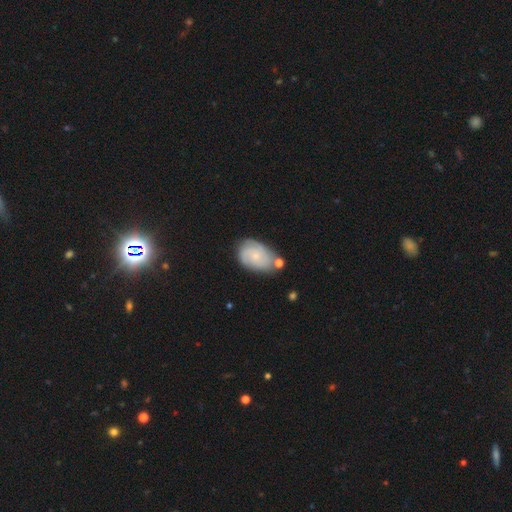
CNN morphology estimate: This appears to be a featured or disk galaxy (59%) with no bar (76%), spiral arms (87%) and a small central bulge (72%). Merging: none (59%).